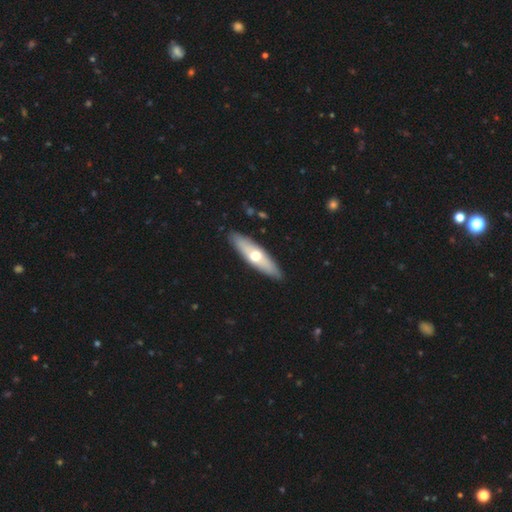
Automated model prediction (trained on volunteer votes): A smooth galaxy with no disk features (48%). Merging: none (89%).